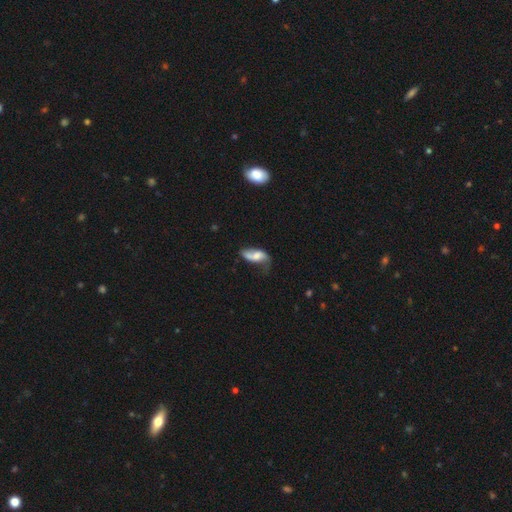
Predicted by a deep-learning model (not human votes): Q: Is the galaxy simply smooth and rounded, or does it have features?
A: featured or disk — 49%.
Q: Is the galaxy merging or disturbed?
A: none — 34%.